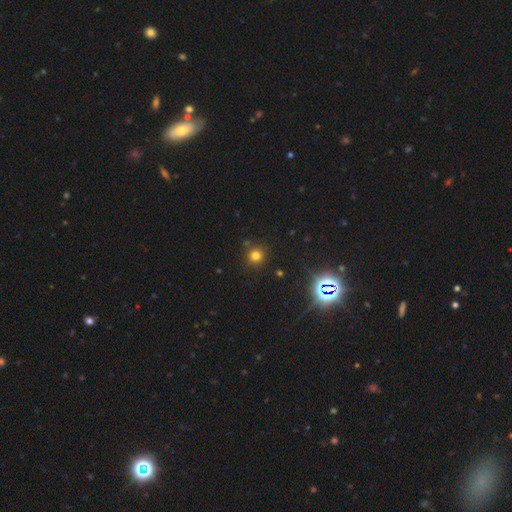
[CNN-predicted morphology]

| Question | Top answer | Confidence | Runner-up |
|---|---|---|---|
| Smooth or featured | smooth | 72% | star or artifact (22%) |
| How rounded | round | 92% | in between (7%) |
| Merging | none | 83% | minor disturbance (9%) |